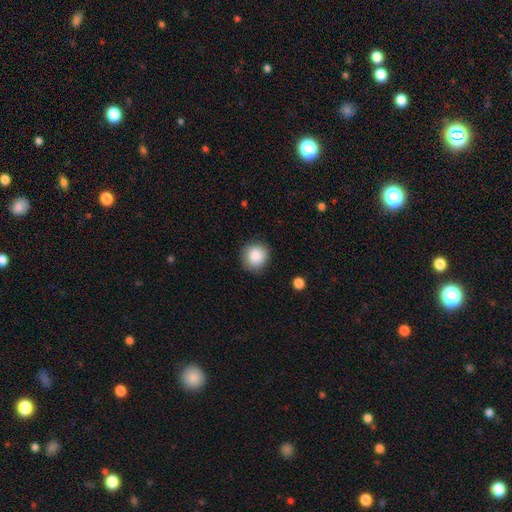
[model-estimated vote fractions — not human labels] Smooth or featured?
  - smooth: 86% *
  - star or artifact: 8%
  - featured or disk: 6%
How rounded?
  - round: 91% *
  - in between: 8%
  - cigar-shaped: 1%
Merging?
  - none: 86% *
  - minor disturbance: 10%
  - major disturbance: 3%
  - merger: 1%